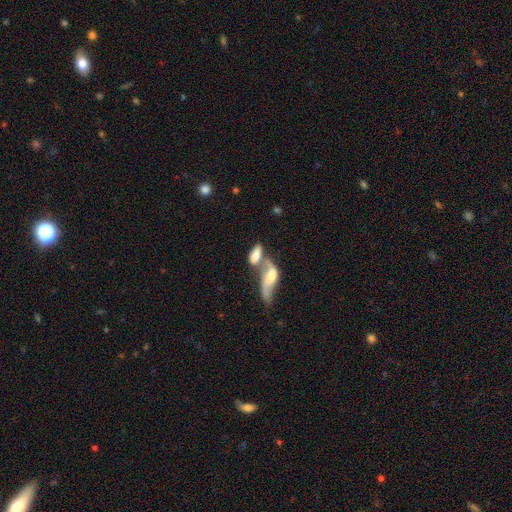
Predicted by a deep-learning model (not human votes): A smooth galaxy with no disk features (59%) that is in between round and cigar-shaped (79%). Merging: merger (71%).